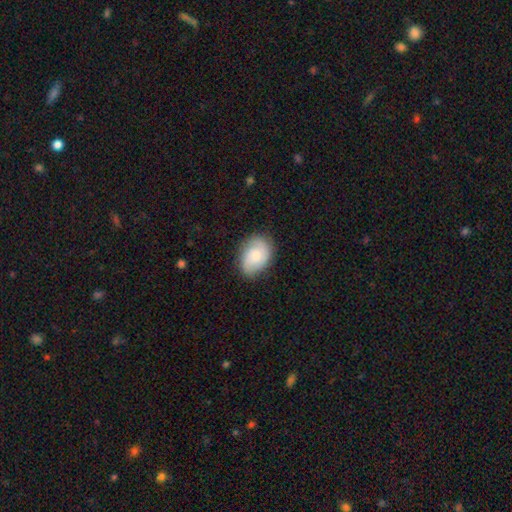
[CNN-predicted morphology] featured or disk 48%, smooth 45%, star or artifact 7%. Down the decision tree: merging — none (76%).